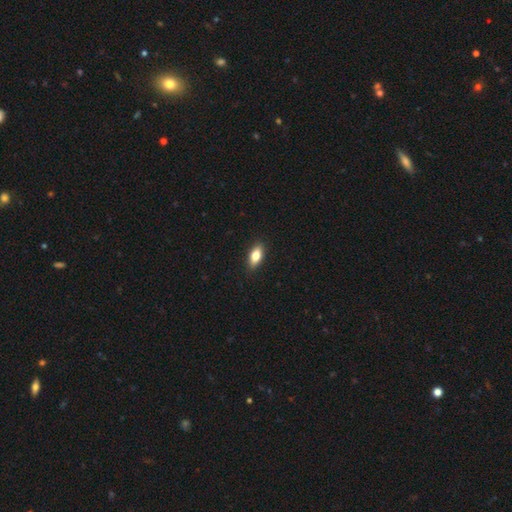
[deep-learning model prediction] Smooth or featured: smooth — 79% (featured or disk — 13%)
How rounded: in between — 83% (cigar-shaped — 13%)
Merging: none — 89% (minor disturbance — 8%)